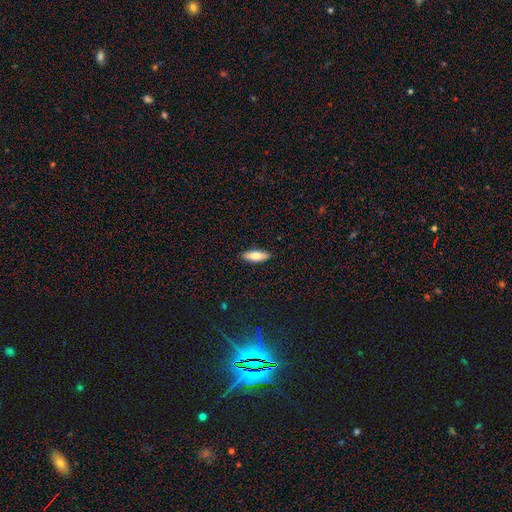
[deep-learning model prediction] This is likely a smooth galaxy (75%). How rounded: likely in between (60%). Merging: clearly none (89%).